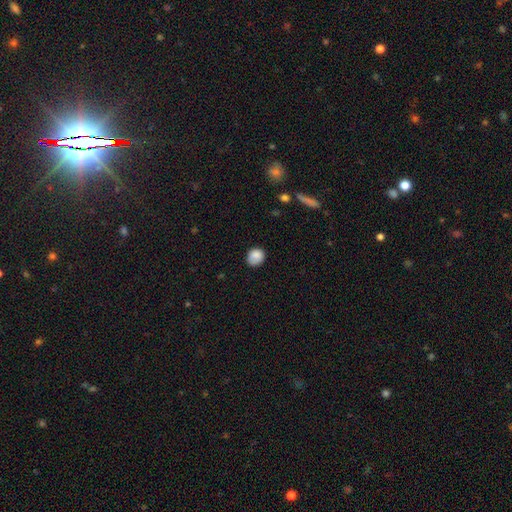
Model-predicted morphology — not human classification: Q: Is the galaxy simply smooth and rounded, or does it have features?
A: smooth — 85%.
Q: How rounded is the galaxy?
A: round — 71%.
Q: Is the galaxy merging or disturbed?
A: none — 74%.